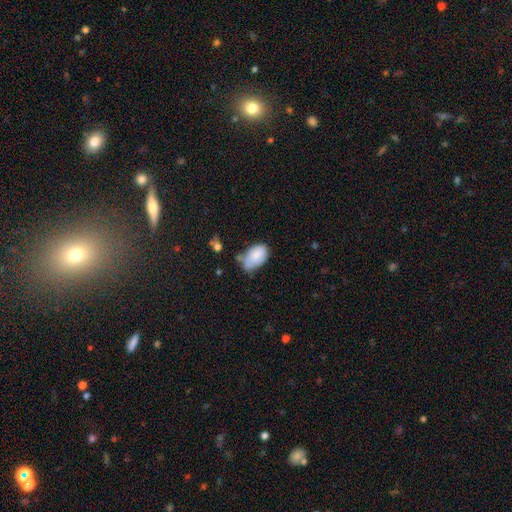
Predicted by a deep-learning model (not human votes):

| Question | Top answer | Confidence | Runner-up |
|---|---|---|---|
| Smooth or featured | smooth | 83% | featured or disk (10%) |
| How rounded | in between | 92% | round (7%) |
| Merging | none | 40% | tied: minor disturbance (40%) |